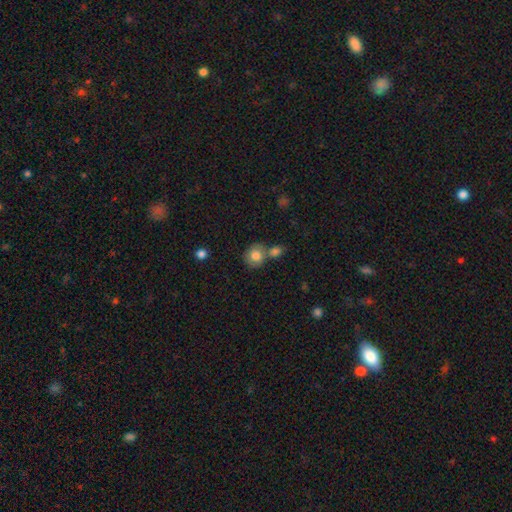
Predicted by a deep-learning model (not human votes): Smooth or featured? Predicted: smooth (p=0.81). How rounded? Predicted: round (p=0.78). Merging? Predicted: none (p=0.54).